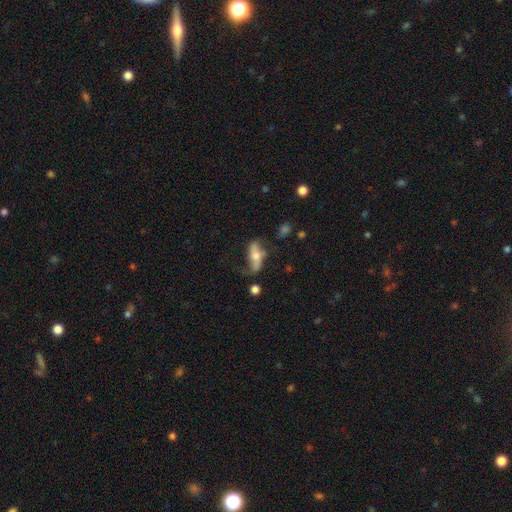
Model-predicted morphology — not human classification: This appears to be a featured or disk galaxy (63%). Merging: none (51%).